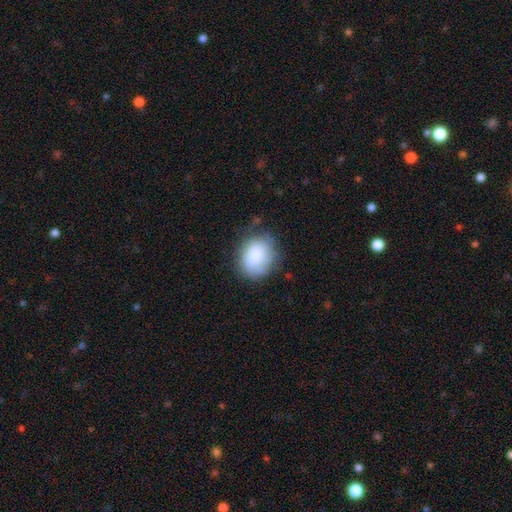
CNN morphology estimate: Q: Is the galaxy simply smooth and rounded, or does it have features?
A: smooth — 84%.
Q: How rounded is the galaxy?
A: round — 55%.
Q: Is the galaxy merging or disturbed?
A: none — 63%.